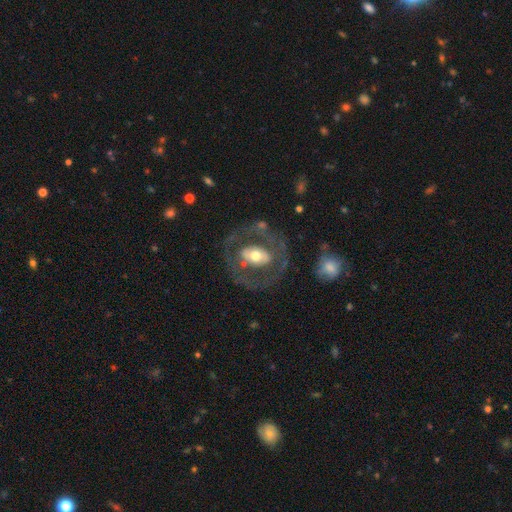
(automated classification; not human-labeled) Smooth or featured?
  - featured or disk: 65% *
  - smooth: 29%
  - star or artifact: 6%
Edge-on disk?
  - no: 94% *
  - yes: 6%
Bar?
  - no: 57% *
  - weak: 23%
  - strong: 20%
Spiral arms?
  - no: 72% *
  - yes: 28%
Bulge size?
  - moderate: 65% *
  - large: 17%
  - small: 14%
  - dominant: 2%
  - none: 1%
Merging?
  - none: 69% *
  - major disturbance: 14%
  - minor disturbance: 14%
  - merger: 3%